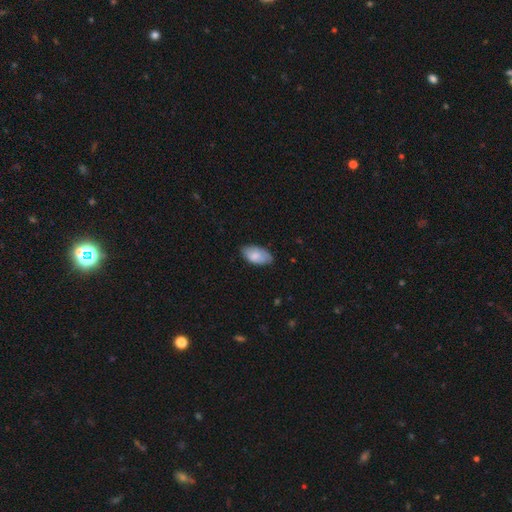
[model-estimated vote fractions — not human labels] Q: Smooth or featured?
A: smooth (79%); runner-up: featured or disk (15%)
Q: How rounded?
A: in between (95%); runner-up: round (3%)
Q: Merging?
A: none (71%); runner-up: minor disturbance (24%)